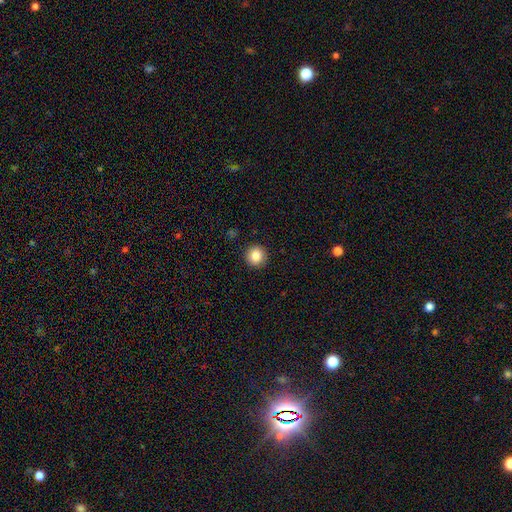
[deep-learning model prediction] Smooth or featured? smooth (85%)
How rounded? round (94%)
Merging? none (93%)